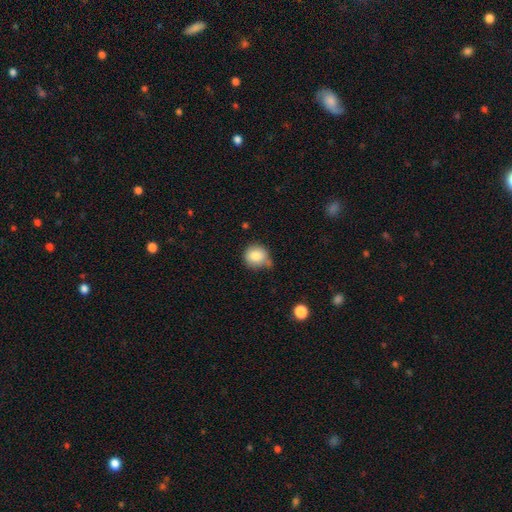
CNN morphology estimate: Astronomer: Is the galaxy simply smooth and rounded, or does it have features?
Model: smooth — 83%.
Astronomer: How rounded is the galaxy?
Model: round — 88%.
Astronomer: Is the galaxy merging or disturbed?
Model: none — 59%.